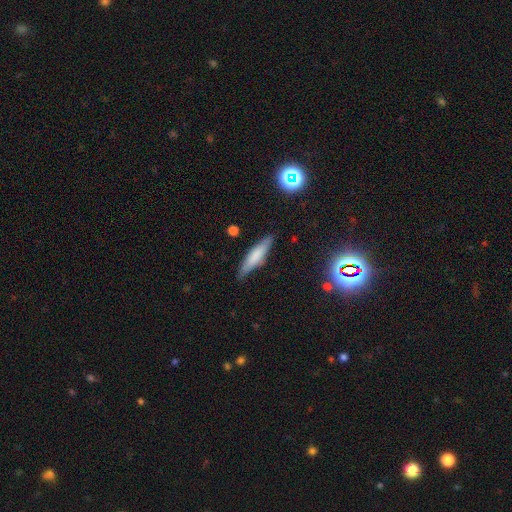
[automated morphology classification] Overall: smooth (68%). How rounded: cigar-shaped (76%). Merging: none (81%).